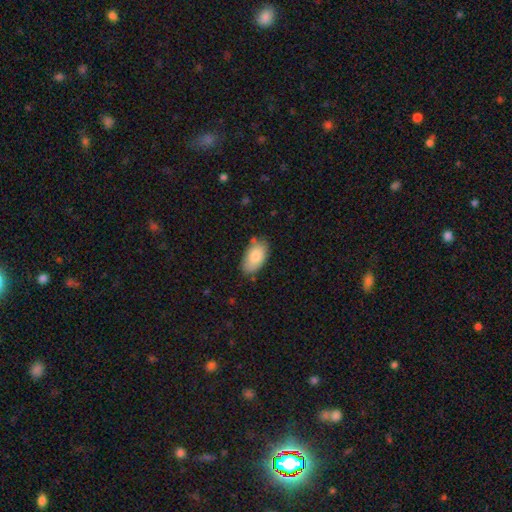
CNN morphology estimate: Smooth or featured? smooth (82%)
How rounded? in between (94%)
Merging? none (73%)